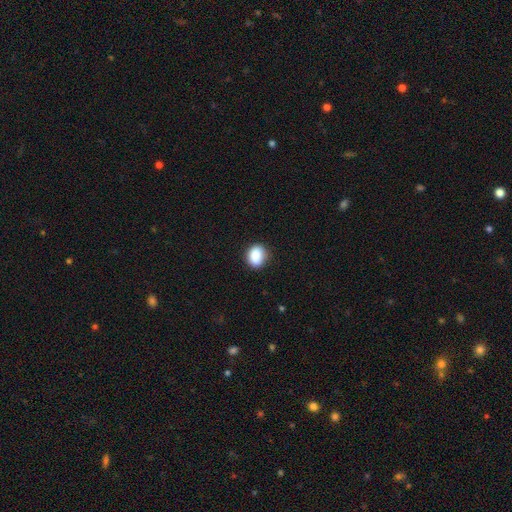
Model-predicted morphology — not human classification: A smooth galaxy with no disk features (88%) that is in between round and cigar-shaped (52%).

Vote fractions:
- Smooth or featured? smooth: 88% / star or artifact: 8% / featured or disk: 4%
- How rounded? in between: 52% / round: 47% / cigar-shaped: 1%
- Merging? none: 84% / minor disturbance: 12% / major disturbance: 3% / merger: 1%